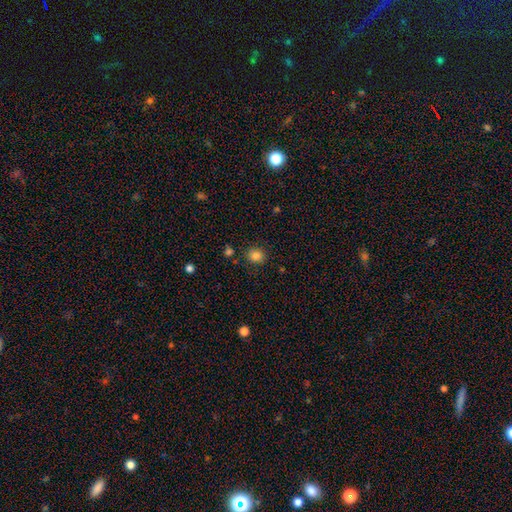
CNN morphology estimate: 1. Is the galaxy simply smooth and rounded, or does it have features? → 83% smooth, 12% star or artifact, 5% featured or disk.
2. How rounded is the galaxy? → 79% round, 20% in between, 1% cigar-shaped.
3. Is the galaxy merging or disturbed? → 86% none, 9% minor disturbance, 3% merger, 3% major disturbance.